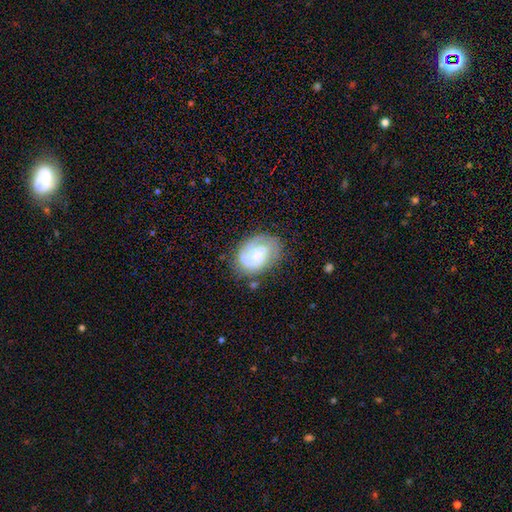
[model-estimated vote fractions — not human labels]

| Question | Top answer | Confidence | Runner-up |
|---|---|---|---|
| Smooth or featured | featured or disk | 58% | smooth (34%) |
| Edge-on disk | no | 97% | yes (3%) |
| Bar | no | 60% | weak (32%) |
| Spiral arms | yes | 78% | no (22%) |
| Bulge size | small | 32% | moderate (30%) |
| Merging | none | 55% | minor disturbance (24%) |